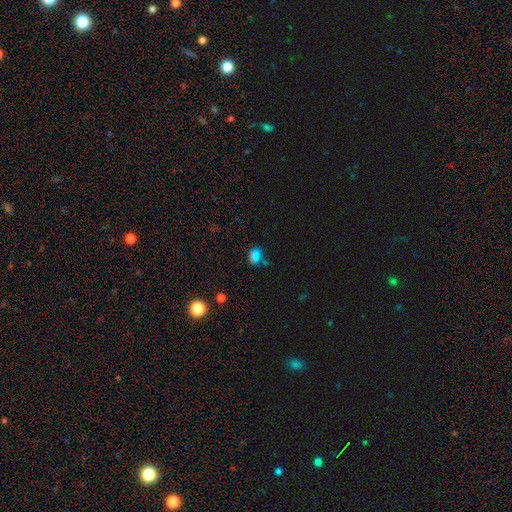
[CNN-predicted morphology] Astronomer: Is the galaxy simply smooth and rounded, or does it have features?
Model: smooth — 52% (runner-up: star or artifact, 36%).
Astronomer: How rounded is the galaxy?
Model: round — 53% (runner-up: in between, 43%).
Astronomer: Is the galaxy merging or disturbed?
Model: none — 59%.